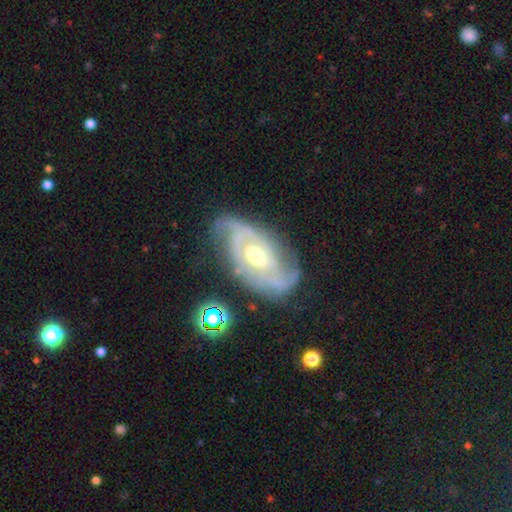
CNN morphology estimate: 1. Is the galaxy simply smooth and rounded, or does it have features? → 88% featured or disk, 7% smooth, 5% star or artifact.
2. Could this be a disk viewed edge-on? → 95% no, 5% yes.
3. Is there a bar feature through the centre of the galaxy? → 44% weak, 40% no, 17% strong.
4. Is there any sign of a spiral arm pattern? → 96% yes, 4% no.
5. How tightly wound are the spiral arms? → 48% tight, 40% medium, 12% loose.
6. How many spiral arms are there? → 60% 2, 16% 3, 14% can't tell, 4% 4, 4% 1, 3% more than 4.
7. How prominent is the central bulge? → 74% moderate, 15% small, 9% large, 1% none, 1% dominant.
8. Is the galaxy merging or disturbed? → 71% none, 20% minor disturbance, 7% major disturbance, 2% merger.